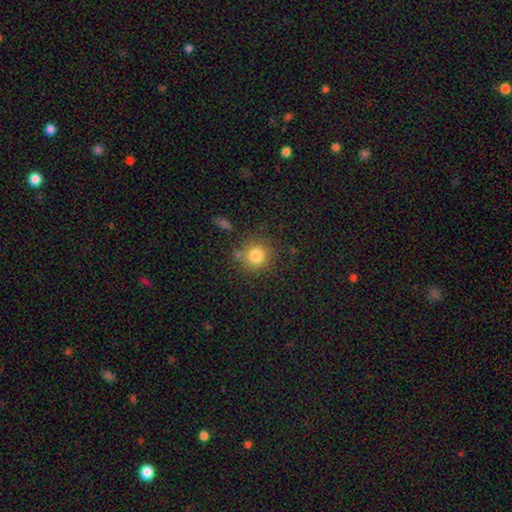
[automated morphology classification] Smooth or featured?
  - smooth: 82% *
  - star or artifact: 11%
  - featured or disk: 7%
How rounded?
  - round: 90% *
  - in between: 9%
  - cigar-shaped: 1%
Merging?
  - none: 78% *
  - minor disturbance: 11%
  - merger: 7%
  - major disturbance: 4%